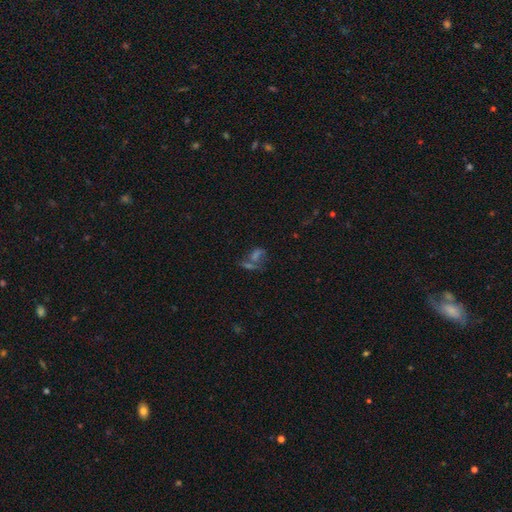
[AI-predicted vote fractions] The model was most divided on "smooth or featured": star or artifact: 39%, smooth: 34%, featured or disk: 27%.